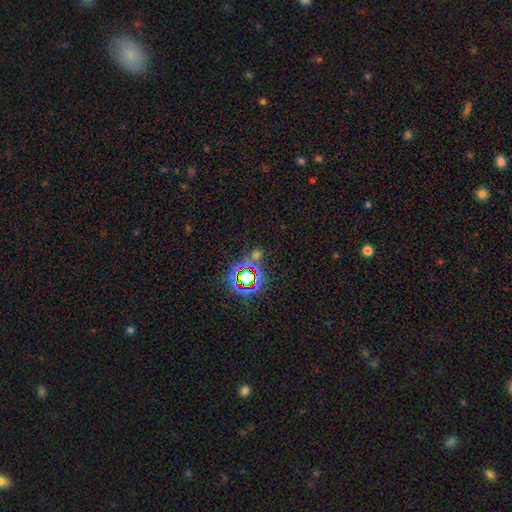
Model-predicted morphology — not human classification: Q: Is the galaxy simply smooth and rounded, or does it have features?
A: star or artifact — 68%.